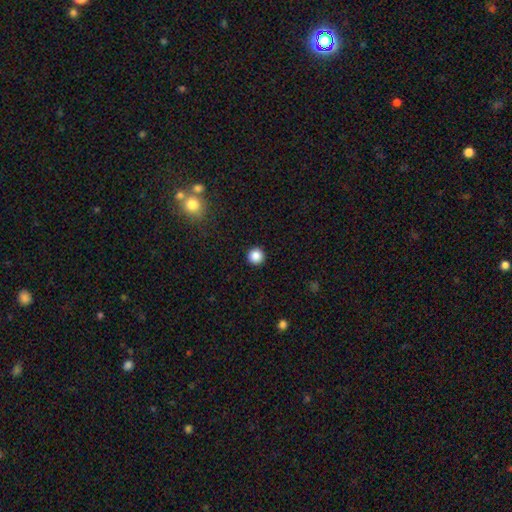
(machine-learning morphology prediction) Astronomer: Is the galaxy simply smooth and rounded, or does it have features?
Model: smooth — 86%.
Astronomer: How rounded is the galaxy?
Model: round — 96%.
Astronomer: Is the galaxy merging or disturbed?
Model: none — 93%.